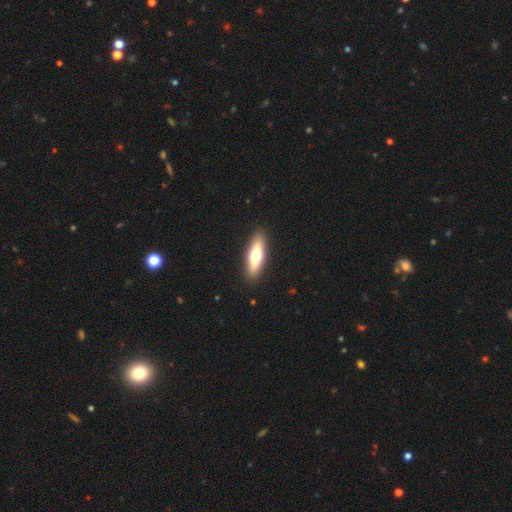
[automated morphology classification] A smooth galaxy with no disk features (59%) that is cigar-shaped (60%).

Vote fractions:
- Smooth or featured? smooth: 59% / featured or disk: 35% / star or artifact: 6%
- How rounded? cigar-shaped: 60% / in between: 38% / round: 2%
- Merging? none: 90% / minor disturbance: 7% / major disturbance: 2% / merger: 1%